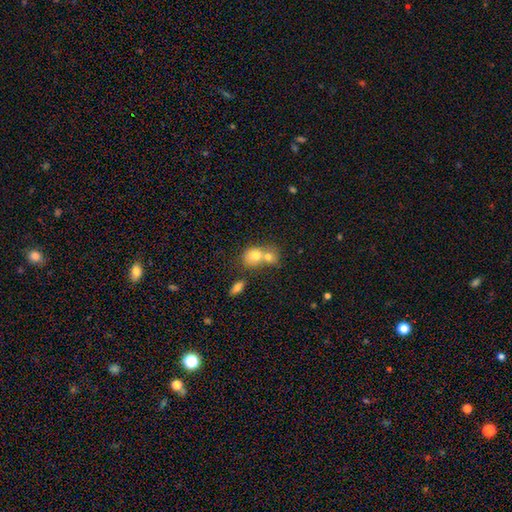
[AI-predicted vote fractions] smooth-or-featured: smooth: 74% | featured or disk: 16% | star or artifact: 10%
  how-rounded: round: 62% | in between: 37% | cigar-shaped: 1%
  merging: merger: 62% | none: 28% | minor disturbance: 7% | major disturbance: 3%